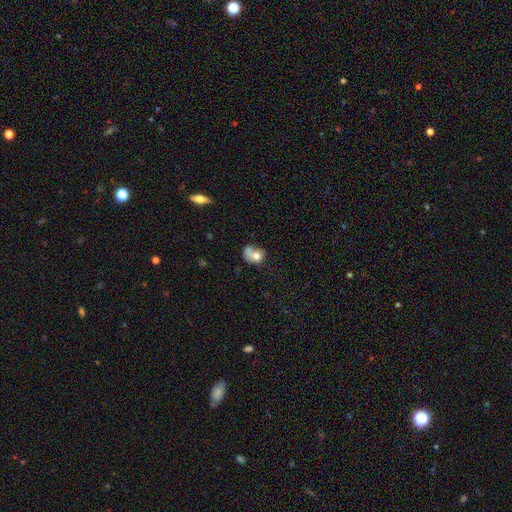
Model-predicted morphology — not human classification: This is likely a smooth galaxy (68%). How rounded: possibly in between (49%, tied with round). Merging: marginally merger (33%).